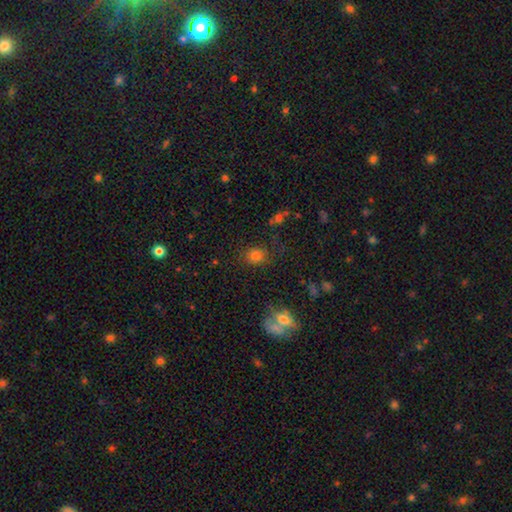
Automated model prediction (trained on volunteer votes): Smooth or featured?
  - smooth: 75% *
  - star or artifact: 17%
  - featured or disk: 8%
How rounded?
  - round: 66% *
  - in between: 33%
  - cigar-shaped: 1%
Merging?
  - none: 78% *
  - minor disturbance: 13%
  - major disturbance: 6%
  - merger: 4%